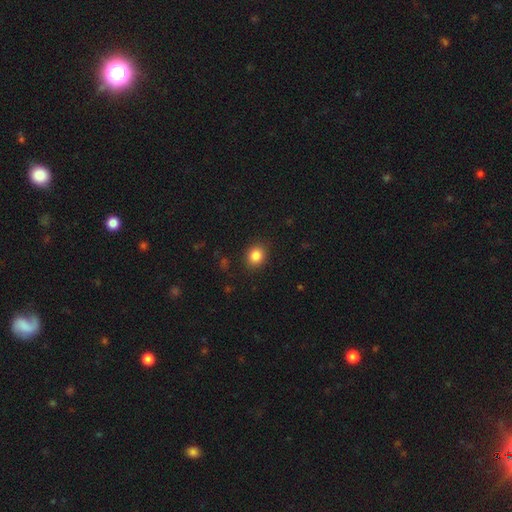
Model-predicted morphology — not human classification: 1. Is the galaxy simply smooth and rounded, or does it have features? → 84% smooth, 11% star or artifact, 5% featured or disk.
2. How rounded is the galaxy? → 69% round, 30% in between, 1% cigar-shaped.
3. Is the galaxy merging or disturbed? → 89% none, 8% minor disturbance, 2% major disturbance, 1% merger.